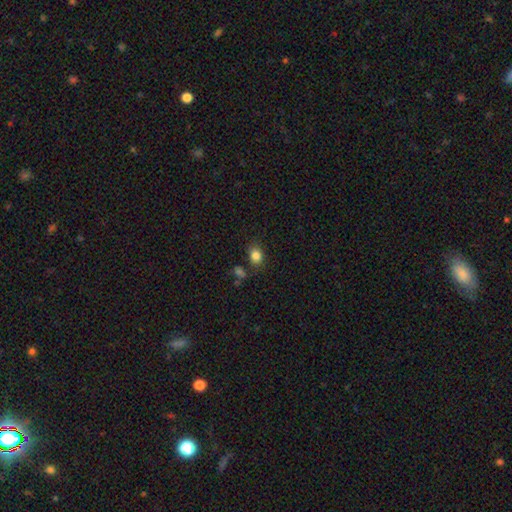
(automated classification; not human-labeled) Smooth or featured: smooth — 84% (star or artifact — 11%)
How rounded: in between — 56% (round — 43%)
Merging: none — 77% (minor disturbance — 13%)